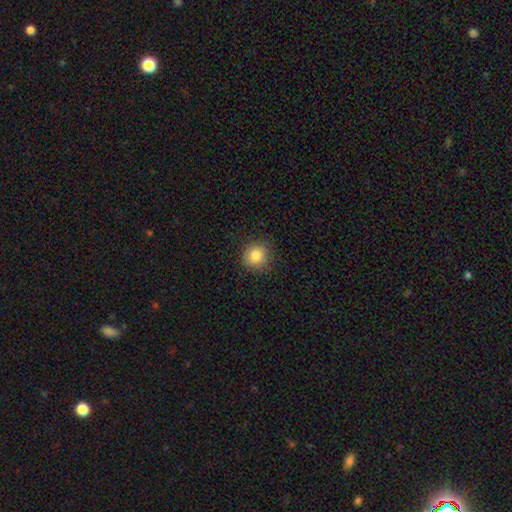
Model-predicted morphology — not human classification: smooth 84%, star or artifact 11%, featured or disk 6%. Down the decision tree: how rounded — round (90%); merging — none (87%).